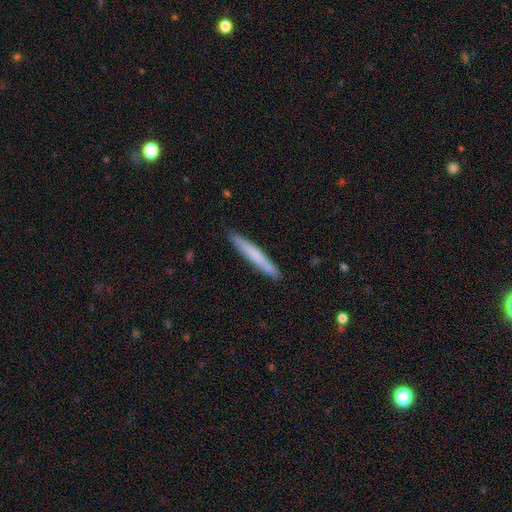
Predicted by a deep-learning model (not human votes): A smooth galaxy with no disk features (69%) that is cigar-shaped (96%). Merging: none (90%).